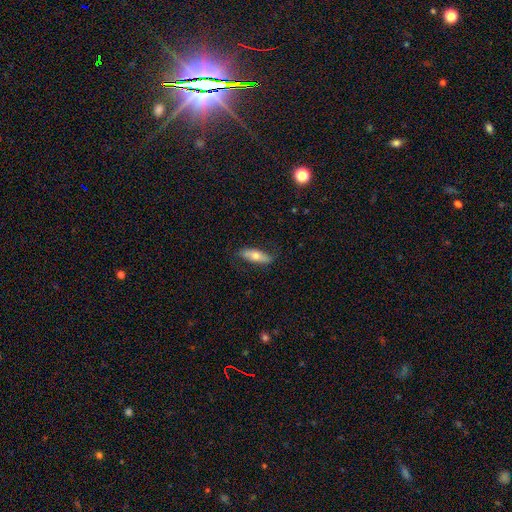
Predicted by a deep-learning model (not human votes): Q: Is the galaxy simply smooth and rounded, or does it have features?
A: smooth — 60%.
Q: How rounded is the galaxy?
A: in between — 53%.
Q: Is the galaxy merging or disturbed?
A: none — 79%.